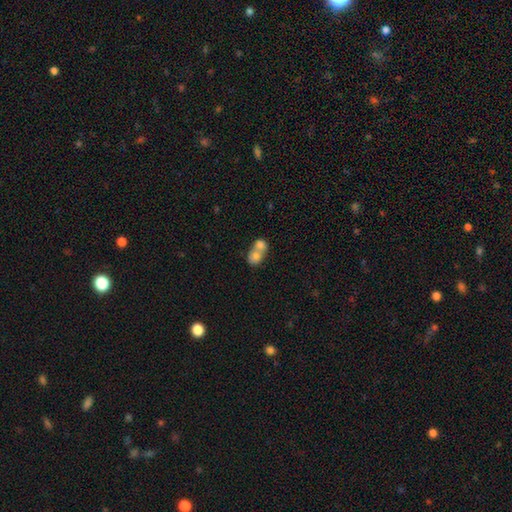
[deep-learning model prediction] The model was most divided on "how rounded": round: 59%, in between: 40%, cigar-shaped: 1%. More confident: smooth or featured — smooth (76%); merging — merger (76%).